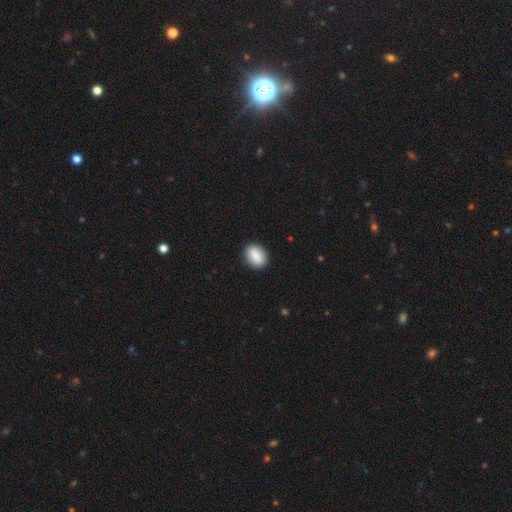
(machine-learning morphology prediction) Smooth or featured?
  - smooth: 87% *
  - star or artifact: 7%
  - featured or disk: 6%
How rounded?
  - in between: 76% *
  - round: 22%
  - cigar-shaped: 2%
Merging?
  - none: 88% *
  - minor disturbance: 9%
  - major disturbance: 2%
  - merger: 1%